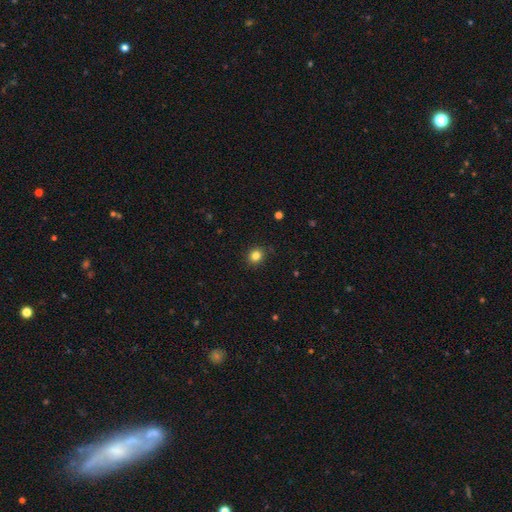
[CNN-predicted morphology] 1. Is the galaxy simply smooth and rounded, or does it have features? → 83% smooth, 12% star or artifact, 5% featured or disk.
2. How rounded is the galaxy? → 79% round, 20% in between, 1% cigar-shaped.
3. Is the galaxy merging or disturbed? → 88% none, 9% minor disturbance, 2% major disturbance, 1% merger.